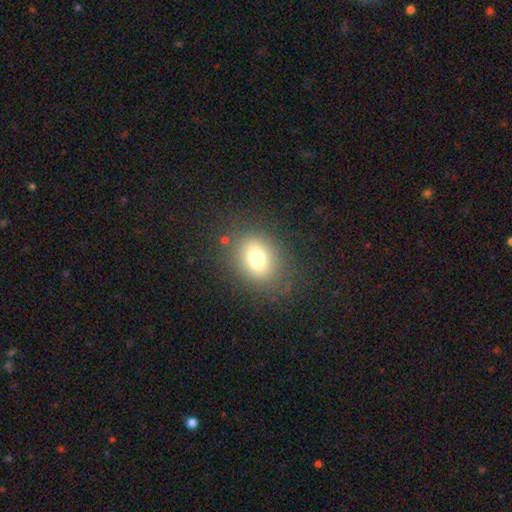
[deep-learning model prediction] Morphology: type=smooth (74%); roundness=in between (52%); merging=none (82%).